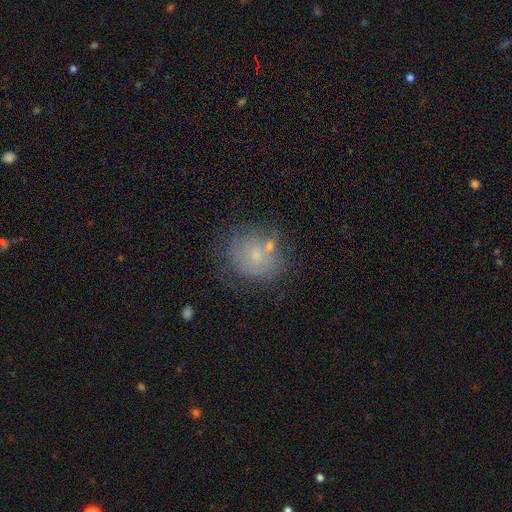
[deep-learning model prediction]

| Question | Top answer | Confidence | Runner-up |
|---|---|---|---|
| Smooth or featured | smooth | 48% | featured or disk (39%) |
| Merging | none | 57% | minor disturbance (22%) |